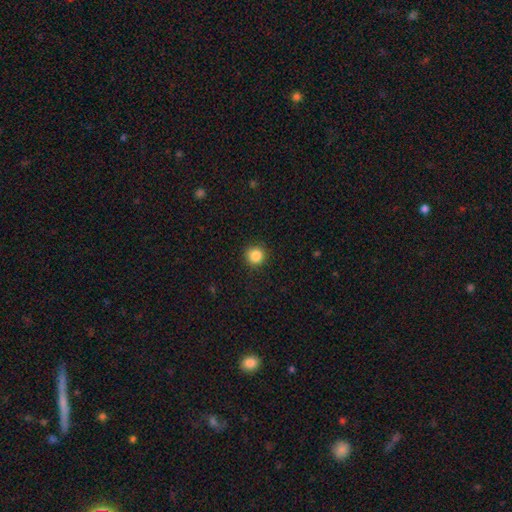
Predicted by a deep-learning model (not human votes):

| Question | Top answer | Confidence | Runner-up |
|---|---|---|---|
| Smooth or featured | smooth | 85% | star or artifact (11%) |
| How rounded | round | 93% | in between (6%) |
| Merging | none | 91% | minor disturbance (6%) |